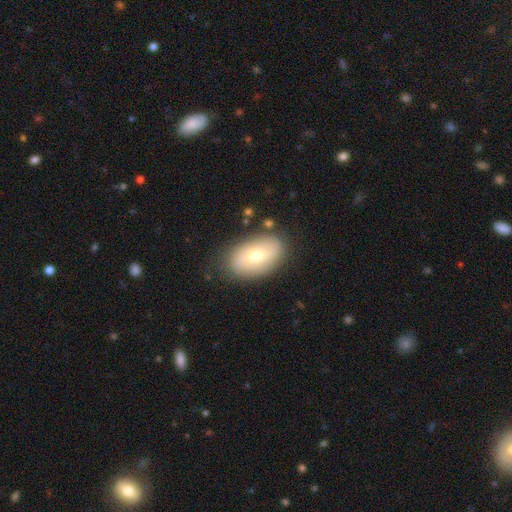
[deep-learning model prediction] Smooth or featured? smooth (50%)
How rounded? in between (90%)
Merging? none (80%)